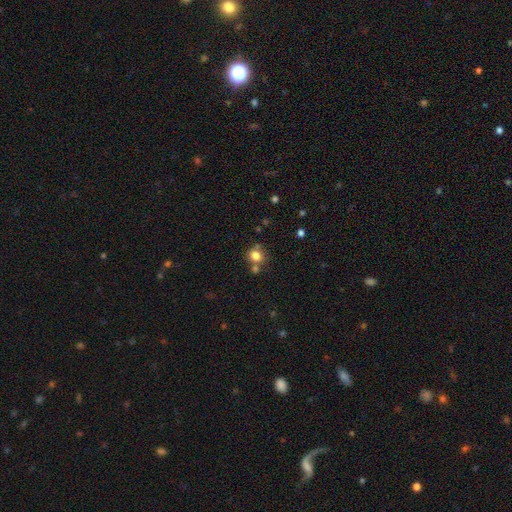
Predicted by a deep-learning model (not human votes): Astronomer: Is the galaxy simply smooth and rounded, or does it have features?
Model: smooth — 79%.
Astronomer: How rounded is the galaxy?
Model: round — 80%.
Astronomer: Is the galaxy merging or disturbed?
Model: none — 63%.